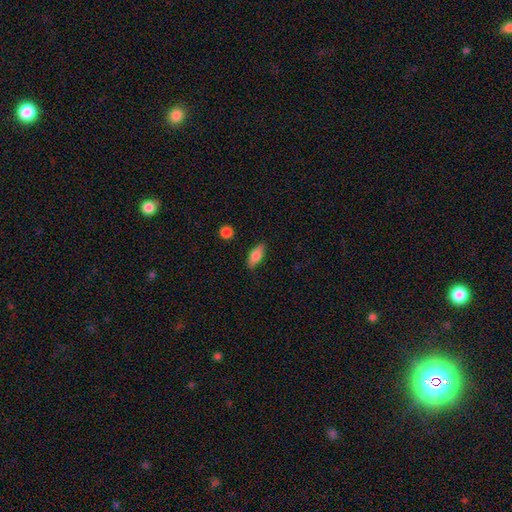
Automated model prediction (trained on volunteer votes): Smooth or featured: smooth — 76% (featured or disk — 17%)
How rounded: in between — 78% (cigar-shaped — 19%)
Merging: none — 83% (minor disturbance — 13%)